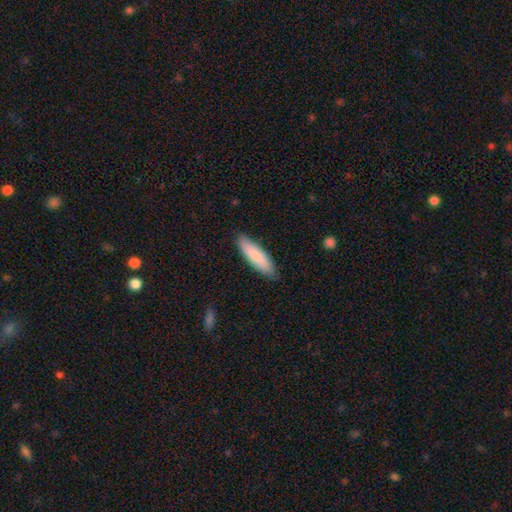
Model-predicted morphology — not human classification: This is clearly a smooth galaxy (85%). How rounded: likely cigar-shaped (62%). Merging: clearly none (86%).